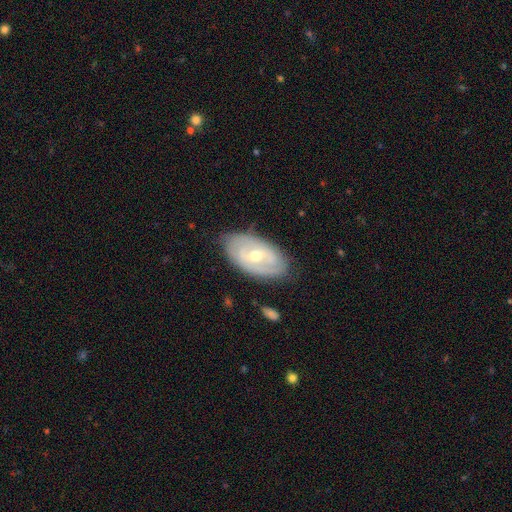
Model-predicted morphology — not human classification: smooth-or-featured: featured or disk: 72% | smooth: 22% | star or artifact: 6%
  disk-edge-on: no: 92% | yes: 8%
    bar: weak: 43% | no: 41% | strong: 16%
    has-spiral-arms: yes: 72% | no: 28%
    bulge-size: moderate: 63% | small: 33% | large: 2% | none: 1% | dominant: 1%
  merging: none: 79% | minor disturbance: 16% | major disturbance: 4% | merger: 1%